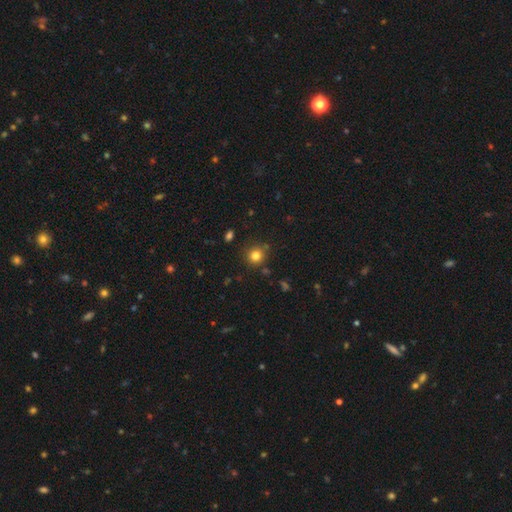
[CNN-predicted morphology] This is clearly a smooth galaxy (80%). How rounded: clearly round (91%). Merging: clearly none (83%).